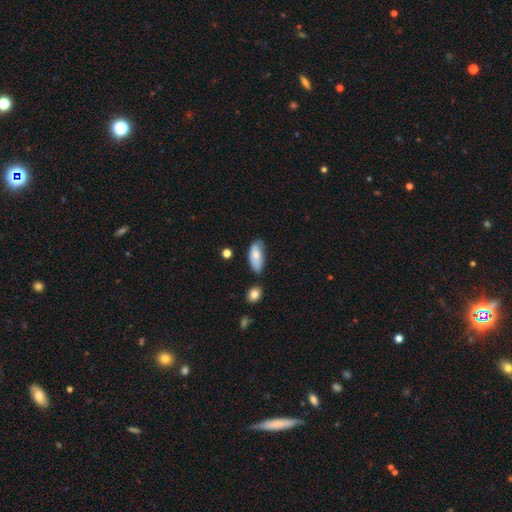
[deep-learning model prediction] The model was most divided on "merging": none: 53%, minor disturbance: 33%, major disturbance: 8%, merger: 6%. More confident: how rounded — in between (89%); smooth or featured — smooth (76%).